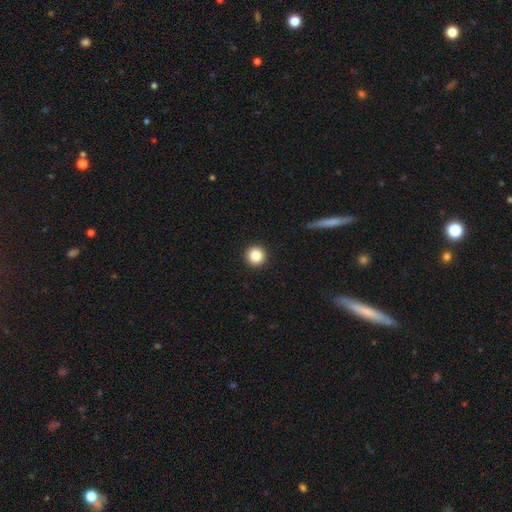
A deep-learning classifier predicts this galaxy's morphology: The model was most divided on "smooth or featured": smooth: 86%, star or artifact: 10%, featured or disk: 5%. More confident: how rounded — round (96%); merging — none (94%).